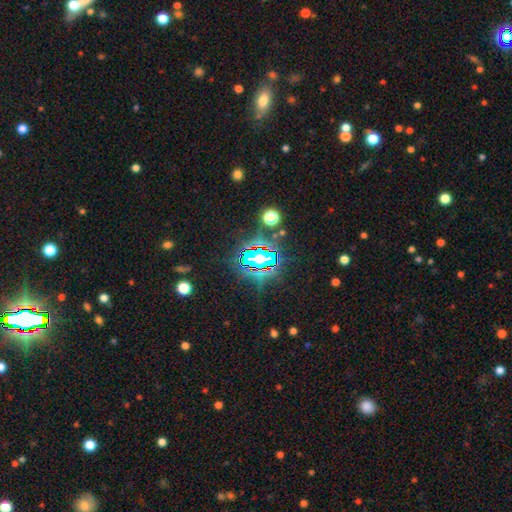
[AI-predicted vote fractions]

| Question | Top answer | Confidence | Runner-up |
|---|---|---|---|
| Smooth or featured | star or artifact | 82% | smooth (11%) |